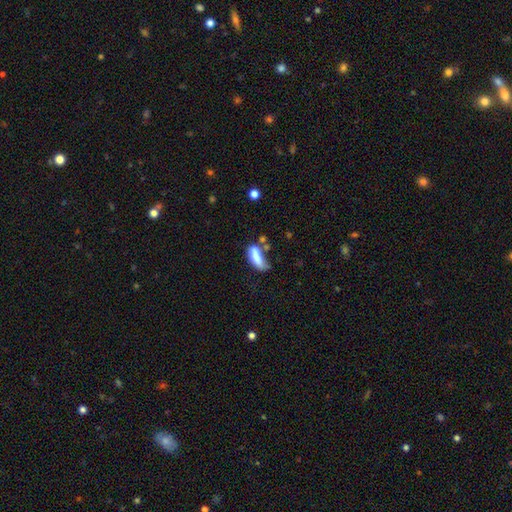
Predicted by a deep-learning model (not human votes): The model was most divided on "merging": none: 34%, minor disturbance: 30%, major disturbance: 19%, merger: 17%. More confident: smooth or featured — smooth (76%); how rounded — in between (65%).